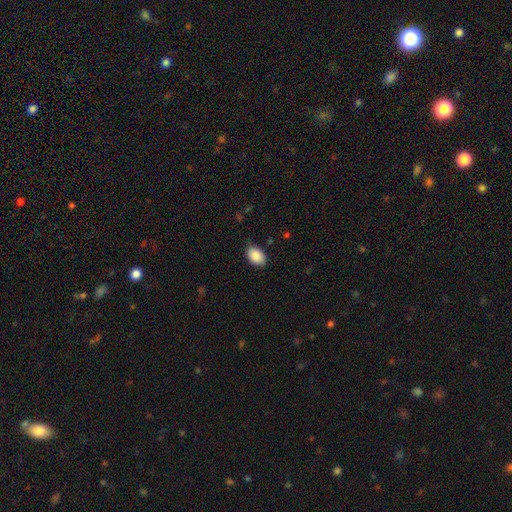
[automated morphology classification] smooth-or-featured: smooth: 89% | star or artifact: 6% | featured or disk: 4%
  how-rounded: in between: 85% | round: 14% | cigar-shaped: 1%
  merging: none: 83% | minor disturbance: 14% | major disturbance: 3% | merger: 1%